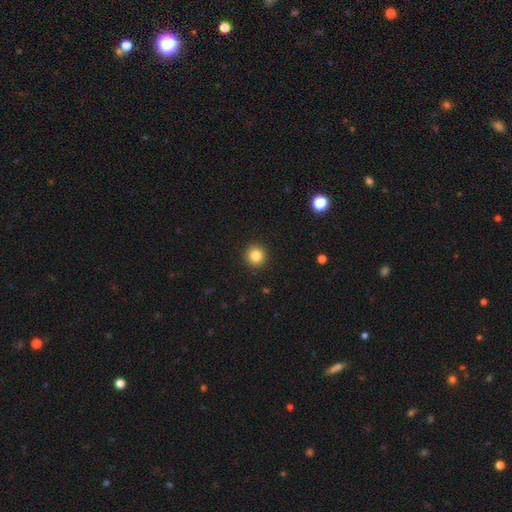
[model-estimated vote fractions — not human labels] smooth 83%, star or artifact 11%, featured or disk 5%. Down the decision tree: how rounded — round (95%); merging — none (93%).